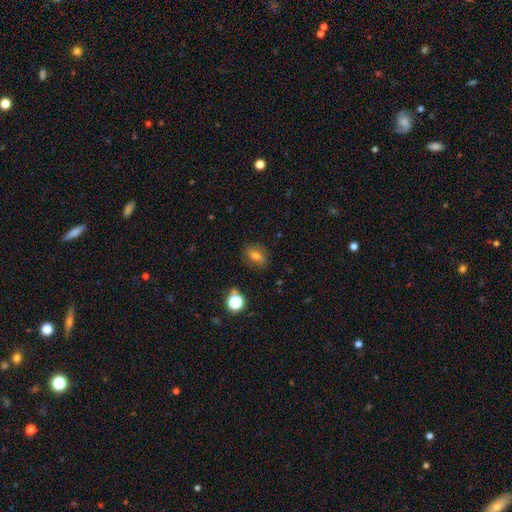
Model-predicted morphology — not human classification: Smooth or featured?
  - smooth: 65% *
  - featured or disk: 20%
  - star or artifact: 15%
How rounded?
  - in between: 67% *
  - round: 30%
  - cigar-shaped: 4%
Merging?
  - none: 81% *
  - minor disturbance: 13%
  - major disturbance: 4%
  - merger: 2%